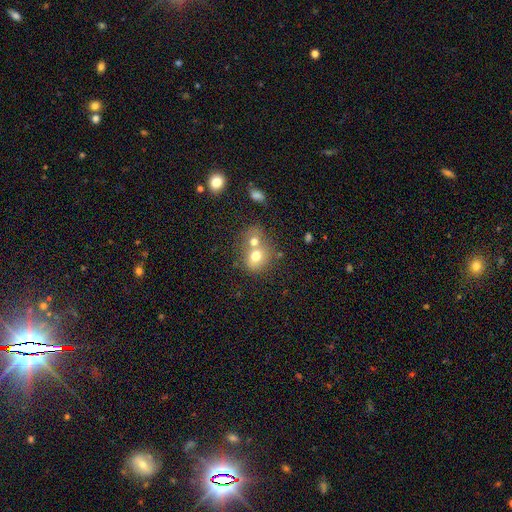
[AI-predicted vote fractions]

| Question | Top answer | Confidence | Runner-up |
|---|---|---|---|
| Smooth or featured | smooth | 70% | featured or disk (18%) |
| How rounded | round | 67% | in between (32%) |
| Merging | merger | 55% | none (33%) |